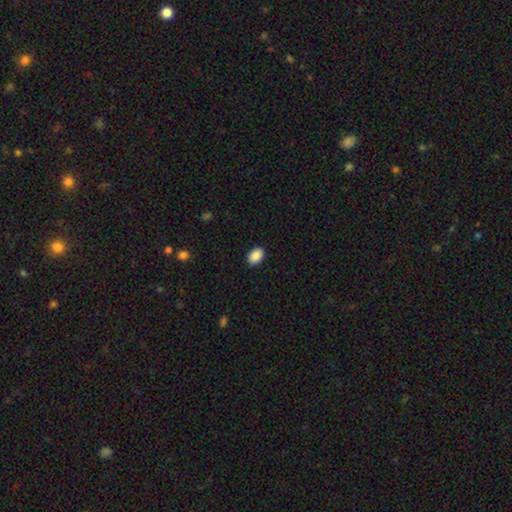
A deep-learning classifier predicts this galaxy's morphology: A smooth galaxy with no disk features (90%) that is in between round and cigar-shaped (86%). Merging: none (90%).